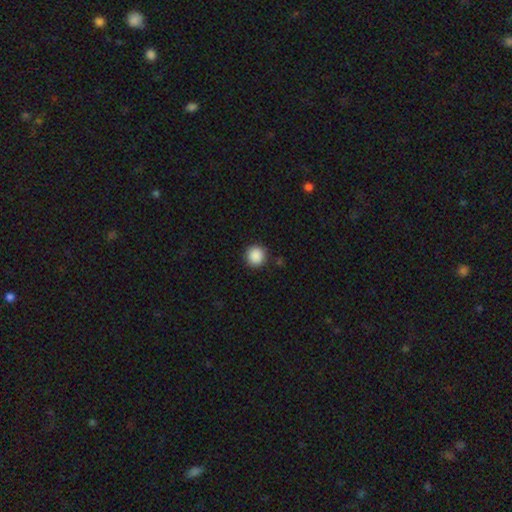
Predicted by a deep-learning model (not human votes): smooth 89%, star or artifact 9%, featured or disk 3%. Down the decision tree: how rounded — round (94%); merging — none (91%).